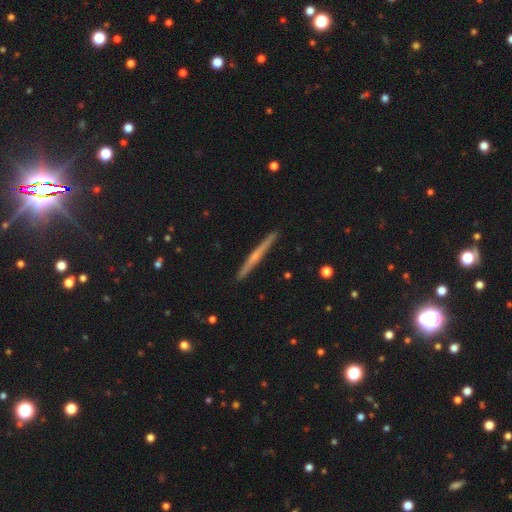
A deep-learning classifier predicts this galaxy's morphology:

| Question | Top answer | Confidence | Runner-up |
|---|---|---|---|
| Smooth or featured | featured or disk | 65% | smooth (29%) |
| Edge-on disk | yes | 98% | no (2%) |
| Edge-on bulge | rounded | 47% | none (46%) |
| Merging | none | 92% | minor disturbance (6%) |